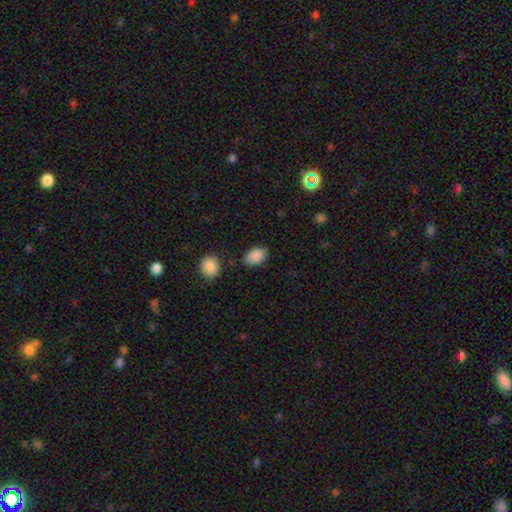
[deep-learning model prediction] This appears to be a smooth galaxy with no disk features (88%) that is in between round and cigar-shaped (86%). Merging: none (77%).